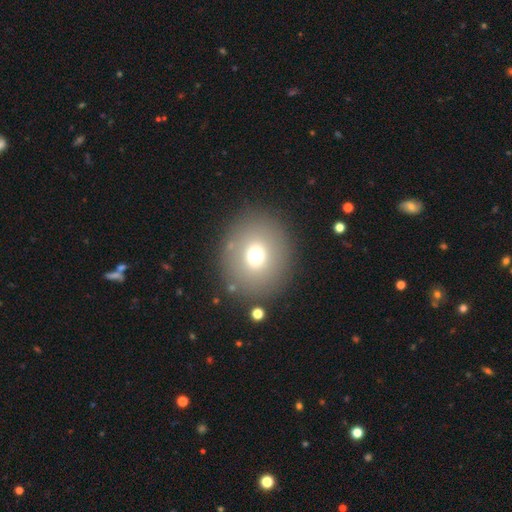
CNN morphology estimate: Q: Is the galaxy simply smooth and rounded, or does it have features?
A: smooth — 69%.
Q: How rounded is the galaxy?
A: round — 77%.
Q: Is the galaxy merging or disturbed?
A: none — 85%.